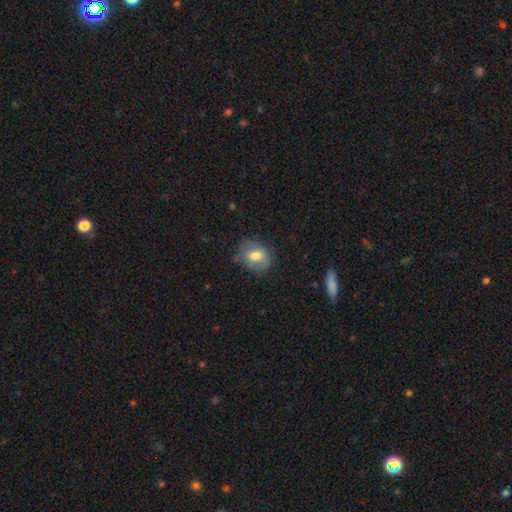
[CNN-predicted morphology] type=smooth (72%); roundness=round (58%); merging=none (65%).